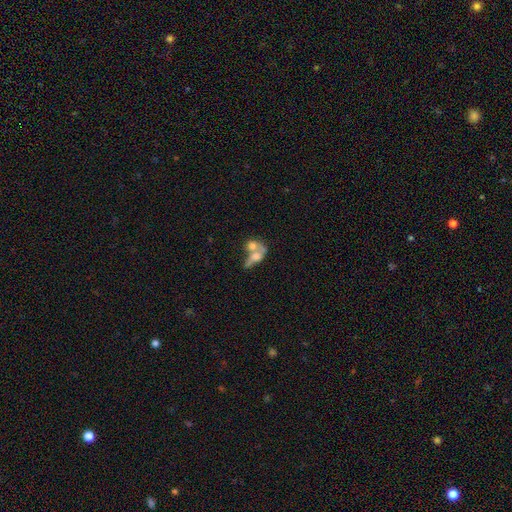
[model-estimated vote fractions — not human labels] A smooth galaxy with no disk features (50%) that is in between round and cigar-shaped (67%). Merging: merger (65%).